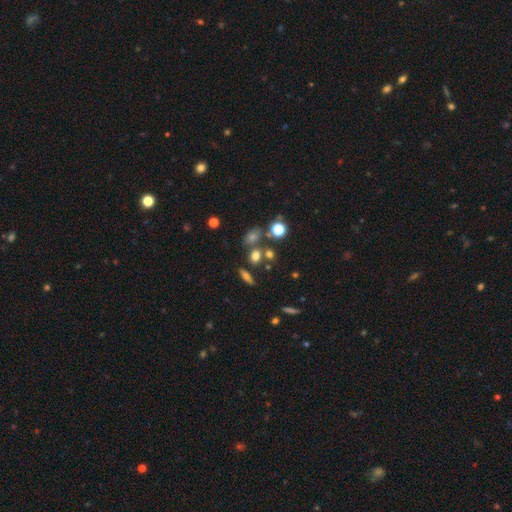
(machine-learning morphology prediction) type=smooth (65%); roundness=round (50%); merging=none (65%).